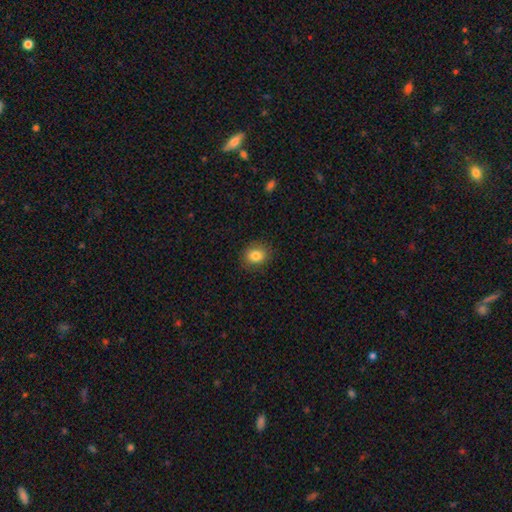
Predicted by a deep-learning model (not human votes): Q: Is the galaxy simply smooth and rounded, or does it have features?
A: smooth — 83%.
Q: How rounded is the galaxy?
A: round — 63%.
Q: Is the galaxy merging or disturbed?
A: none — 87%.